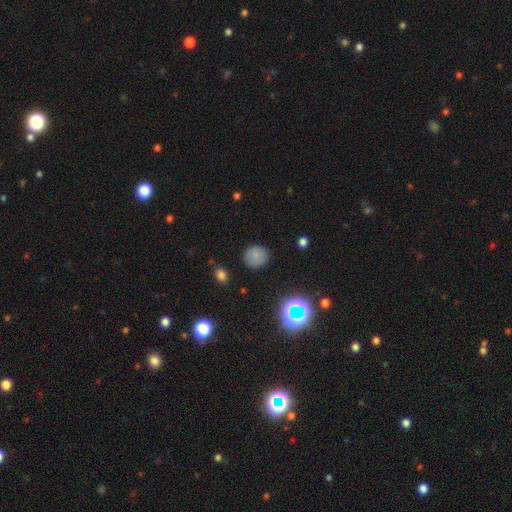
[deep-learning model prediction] The model was most divided on "smooth or featured": smooth: 78%, star or artifact: 16%, featured or disk: 6%. More confident: how rounded — round (89%); merging — none (86%).